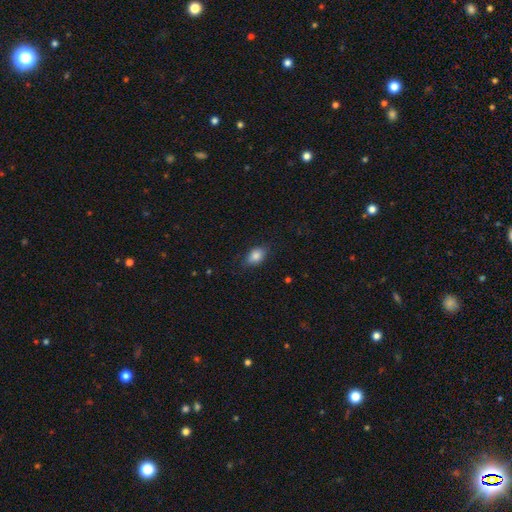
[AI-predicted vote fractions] smooth 83%, star or artifact 9%, featured or disk 8%. Down the decision tree: how rounded — in between (84%); merging — none (78%).